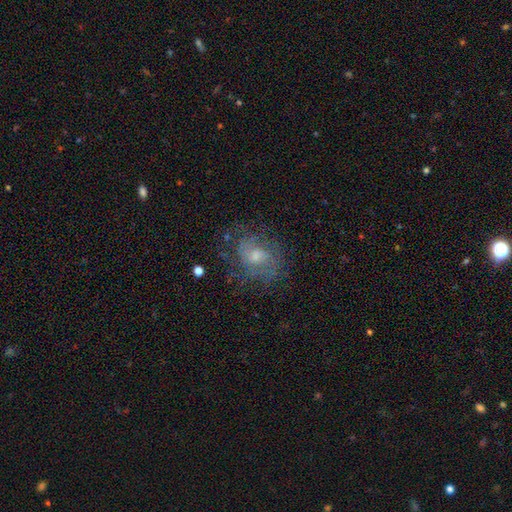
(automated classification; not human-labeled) This appears to be a featured or disk galaxy (62%) with no bar (58%), spiral arms (80%) and a moderate central bulge (51%). Merging: none (68%).